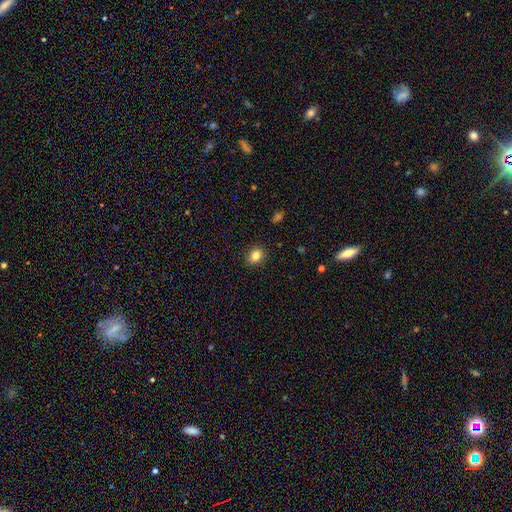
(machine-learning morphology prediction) Smooth or featured: smooth — 84% (star or artifact — 10%)
How rounded: in between — 50% (round — 49%)
Merging: none — 90% (minor disturbance — 7%)